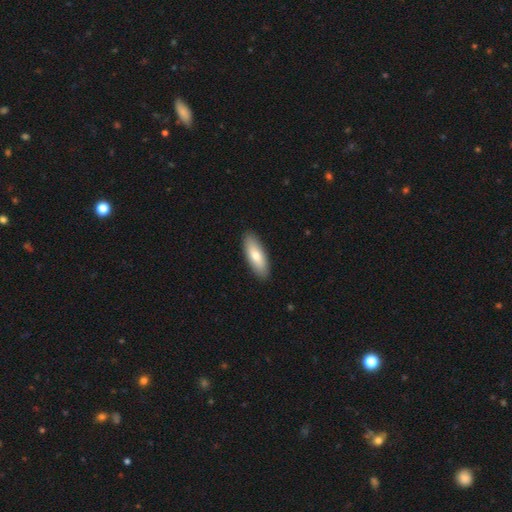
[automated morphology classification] A smooth galaxy with no disk features (74%) that is in between round and cigar-shaped (69%).

Vote fractions:
- Smooth or featured? smooth: 74% / featured or disk: 20% / star or artifact: 5%
- How rounded? in between: 69% / cigar-shaped: 29% / round: 2%
- Merging? none: 90% / minor disturbance: 7% / major disturbance: 2% / merger: 1%